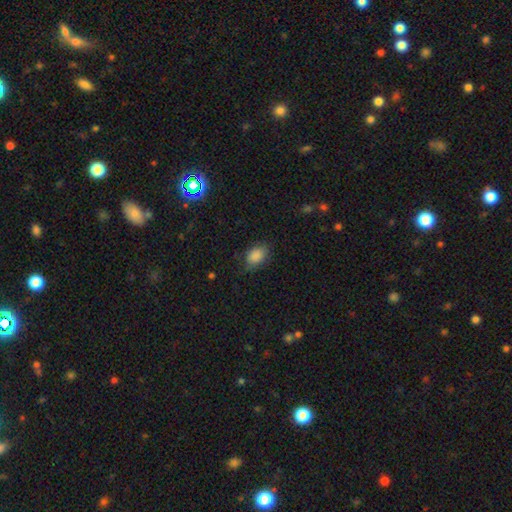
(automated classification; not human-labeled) The model was most divided on "merging": none: 72%, minor disturbance: 21%, major disturbance: 6%, merger: 1%. More confident: smooth or featured — smooth (87%); how rounded — in between (79%).